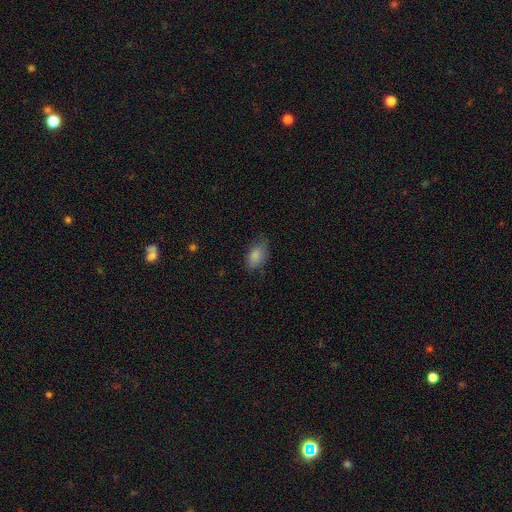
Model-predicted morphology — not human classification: The model was most divided on "merging": none: 66%, minor disturbance: 26%, major disturbance: 7%, merger: 1%. More confident: how rounded — in between (91%); smooth or featured — smooth (84%).